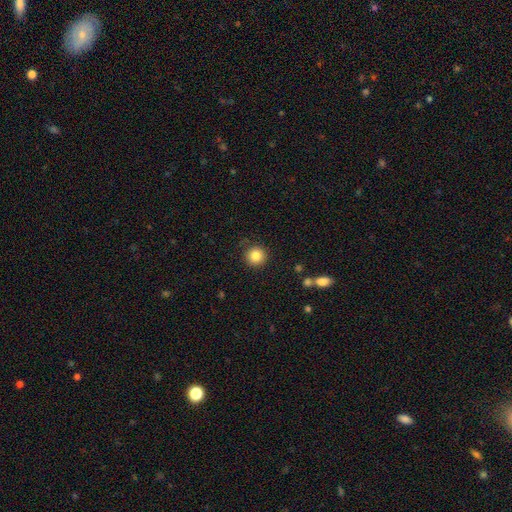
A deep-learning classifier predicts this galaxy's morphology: type=smooth (84%); roundness=round (94%); merging=none (89%).